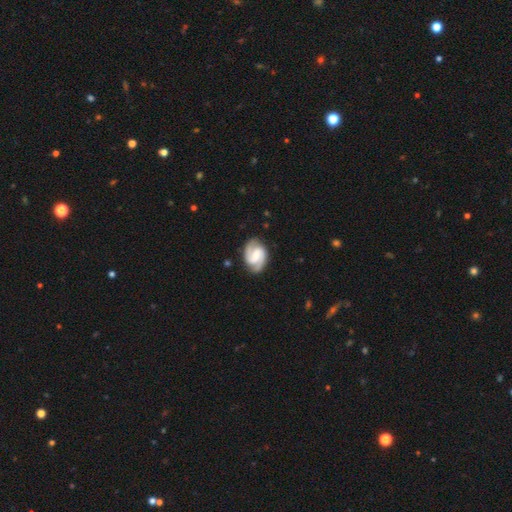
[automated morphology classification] Smooth or featured: featured or disk — 85% (smooth — 11%)
Edge-on disk: no — 98% (yes — 2%)
Bar: weak — 51% (no — 25%)
Spiral arms: yes — 97% (no — 3%)
Spiral winding: medium — 51% (tight — 33%)
Spiral arm count: 2 — 91% (can't tell — 3%)
Bulge size: small — 41% (moderate — 37%)
Merging: none — 82% (minor disturbance — 13%)